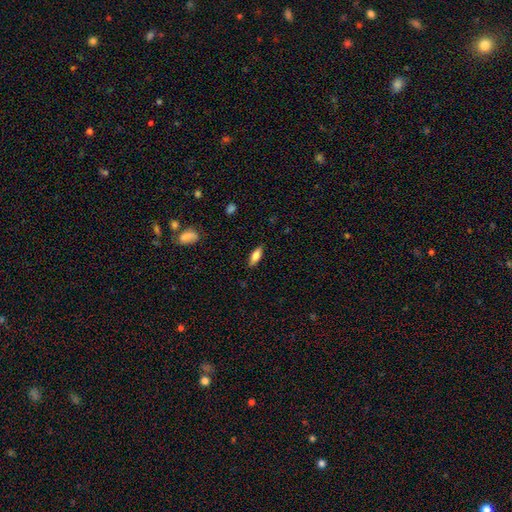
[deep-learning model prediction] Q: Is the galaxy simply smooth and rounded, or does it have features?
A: smooth — 73%.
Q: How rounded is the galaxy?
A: in between — 66%.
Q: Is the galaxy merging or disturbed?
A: none — 86%.